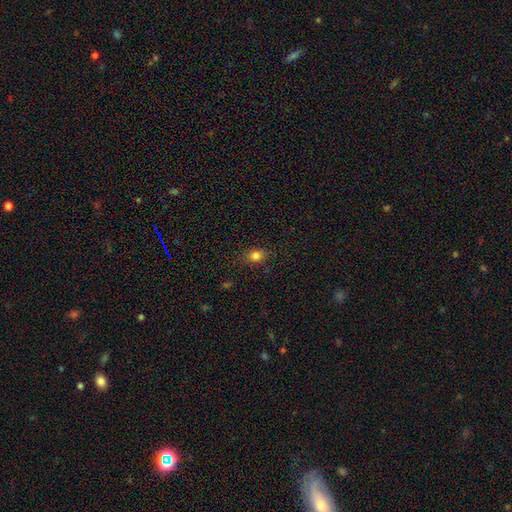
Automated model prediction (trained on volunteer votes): The model was most divided on "how rounded": round: 52%, in between: 46%, cigar-shaped: 2%. More confident: merging — none (80%); smooth or featured — smooth (80%).